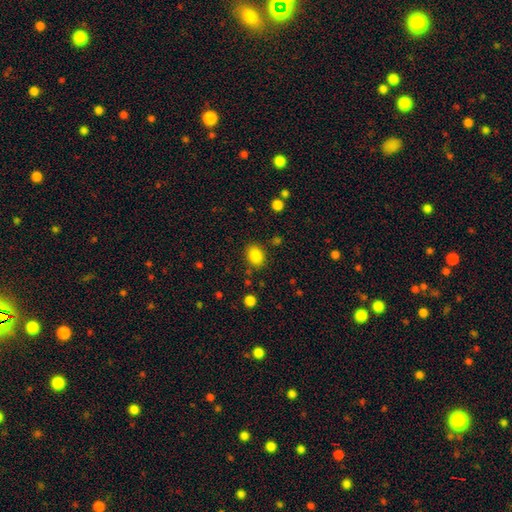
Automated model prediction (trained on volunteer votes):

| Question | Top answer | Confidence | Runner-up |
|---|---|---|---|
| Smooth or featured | smooth | 85% | star or artifact (10%) |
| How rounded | in between | 57% | round (42%) |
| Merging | none | 84% | minor disturbance (10%) |